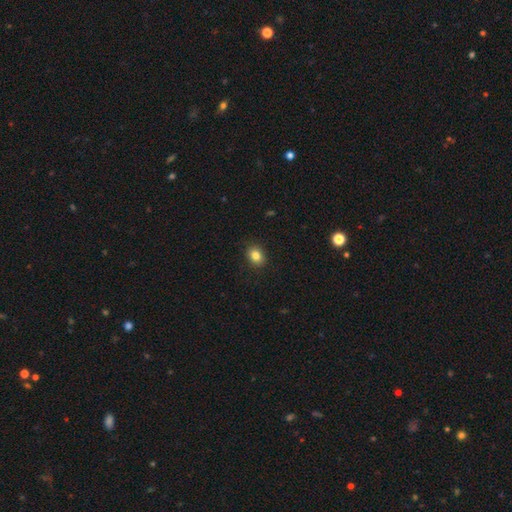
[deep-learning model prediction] smooth-or-featured: smooth: 83% | star or artifact: 10% | featured or disk: 6%
  how-rounded: in between: 52% | round: 47% | cigar-shaped: 1%
  merging: none: 90% | minor disturbance: 8% | major disturbance: 2% | merger: 1%